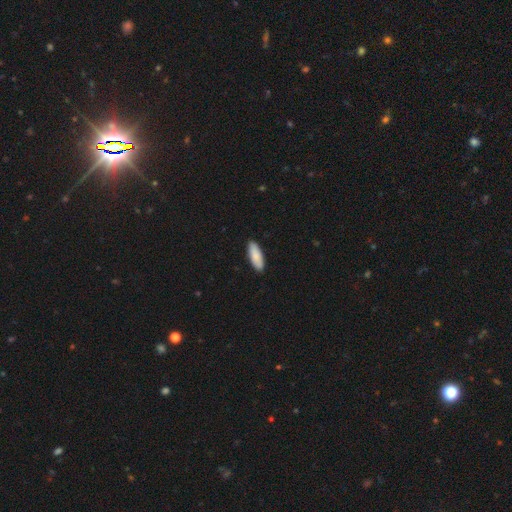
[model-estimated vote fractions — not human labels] Smooth or featured: smooth — 87% (featured or disk — 8%)
How rounded: in between — 67% (cigar-shaped — 32%)
Merging: none — 90% (minor disturbance — 8%)